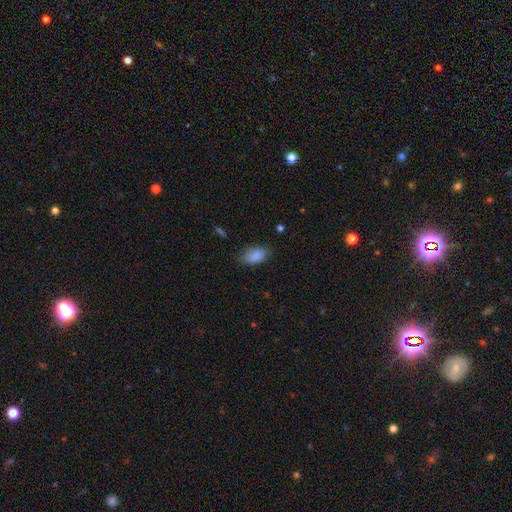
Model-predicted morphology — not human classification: Q: Smooth or featured?
A: smooth (86%); runner-up: star or artifact (8%)
Q: How rounded?
A: in between (92%); runner-up: round (5%)
Q: Merging?
A: none (70%); runner-up: minor disturbance (23%)